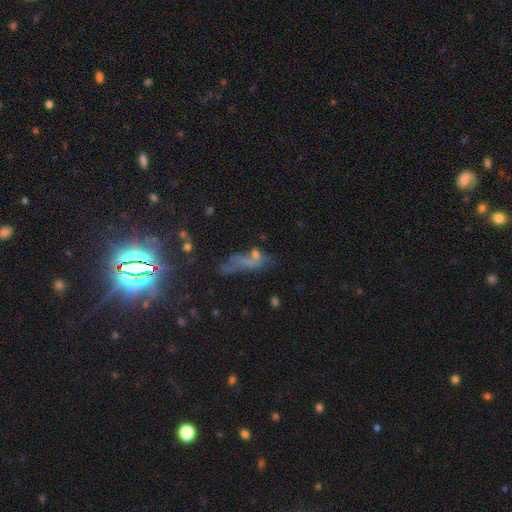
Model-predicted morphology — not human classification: This appears to be a smooth galaxy with no disk features (54%) that is in between round and cigar-shaped (52%). Merging: none (36%).